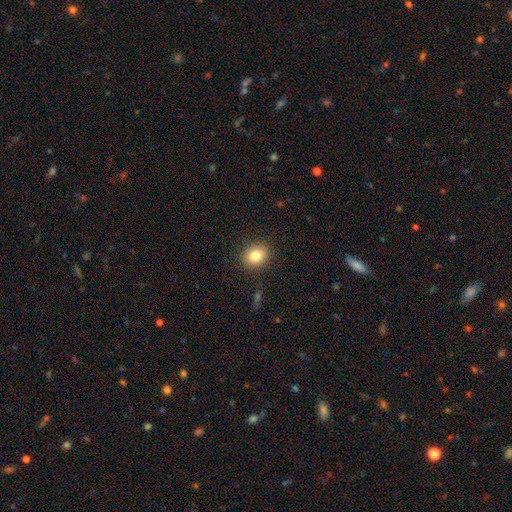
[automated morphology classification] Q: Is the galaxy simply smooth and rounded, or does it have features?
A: smooth — 82%.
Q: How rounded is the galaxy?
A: round — 62%.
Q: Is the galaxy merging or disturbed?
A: none — 88%.